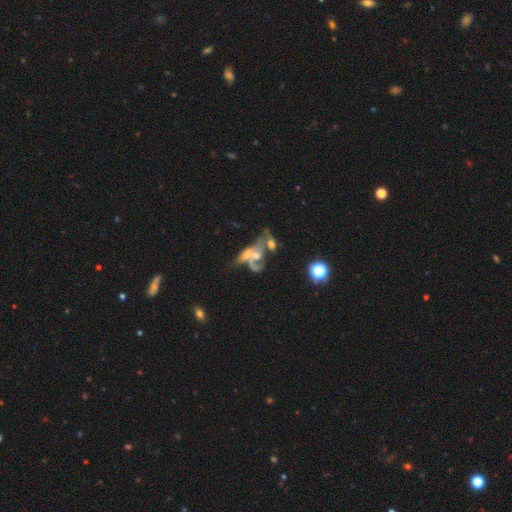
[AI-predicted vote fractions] Overall: featured or disk (60%; smooth 26%). Edge-on disk: no (88%). Bar: no (76%). Spiral arms: no (52%; yes 48%). Bulge size: moderate (38%; small 26%). Merging: merger (65%).